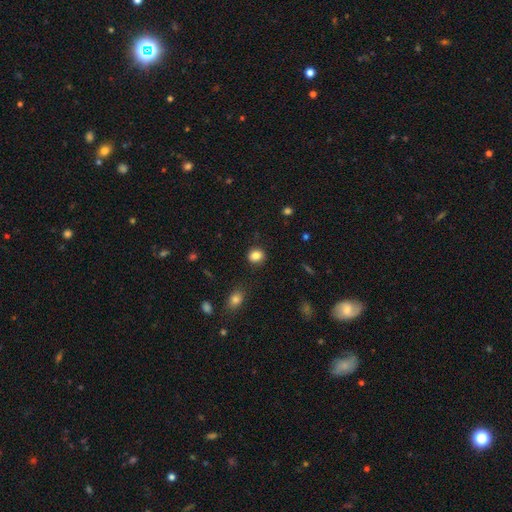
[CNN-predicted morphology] Smooth or featured? Predicted: smooth (p=0.85). How rounded? Predicted: round (p=0.64). Merging? Predicted: none (p=0.87).